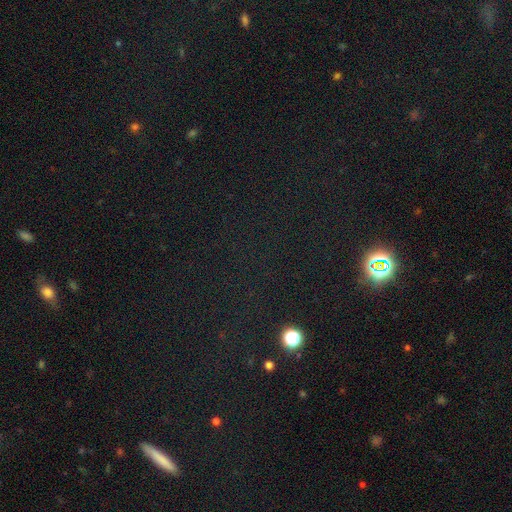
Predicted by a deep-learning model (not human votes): This appears to be a star or artifact, not a galaxy (74%).